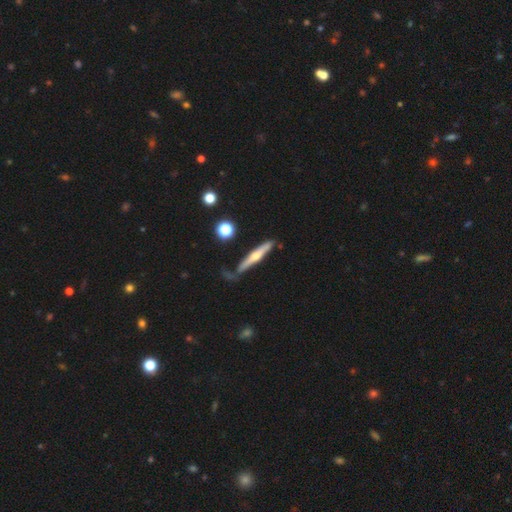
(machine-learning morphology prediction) Smooth or featured? featured or disk (59%)
Edge-on disk? yes (93%)
Edge-on bulge? rounded (84%)
Merging? none (67%)